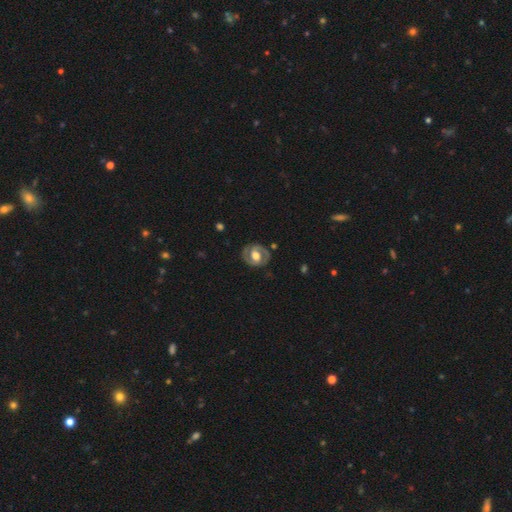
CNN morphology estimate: Smooth or featured: featured or disk — 75% (smooth — 20%)
Edge-on disk: no — 97% (yes — 3%)
Bar: no — 44% (weak — 40%)
Spiral arms: yes — 78% (no — 22%)
Spiral winding: medium — 44% (tied with tight — 44%)
Spiral arm count: 2 — 87% (can't tell — 7%)
Bulge size: moderate — 58% (large — 34%)
Merging: none — 81% (minor disturbance — 13%)